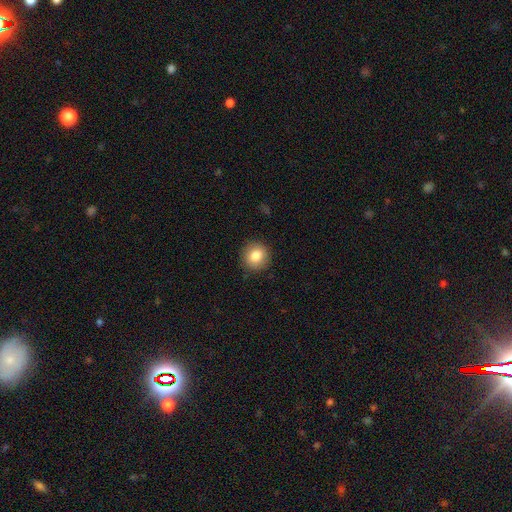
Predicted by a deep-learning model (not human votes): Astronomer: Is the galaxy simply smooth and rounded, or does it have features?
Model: smooth — 84%.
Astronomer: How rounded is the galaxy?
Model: round — 89%.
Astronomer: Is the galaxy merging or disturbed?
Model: none — 90%.